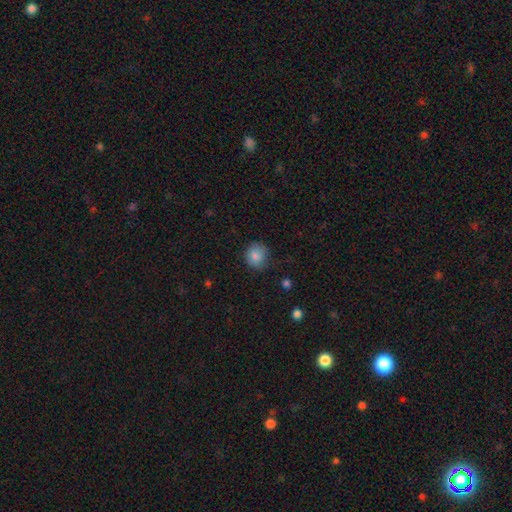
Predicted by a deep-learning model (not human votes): A smooth galaxy with no disk features (84%) that is round (86%).

Vote fractions:
- Smooth or featured? smooth: 84% / star or artifact: 10% / featured or disk: 7%
- How rounded? round: 86% / in between: 13% / cigar-shaped: 1%
- Merging? none: 77% / minor disturbance: 17% / major disturbance: 4% / merger: 1%